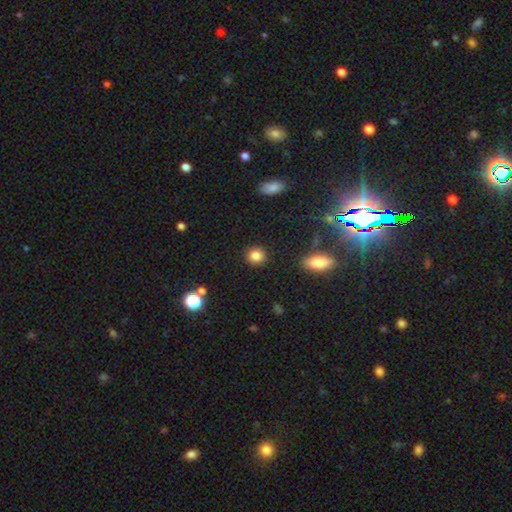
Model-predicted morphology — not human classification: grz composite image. It shows a smooth galaxy with no disk features (84%) that is round (88%). Merging: none (91%).